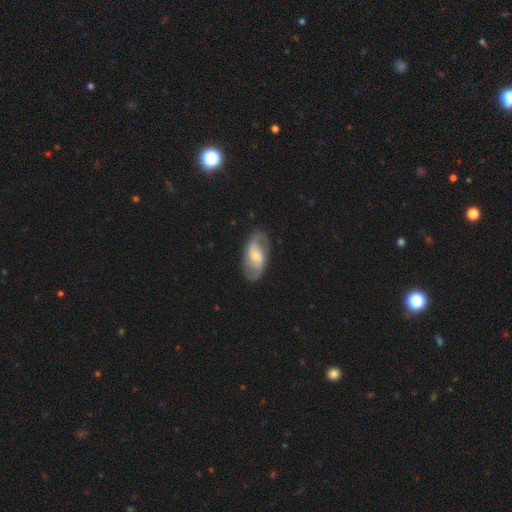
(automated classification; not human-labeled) A featured or disk galaxy (66%) with a weak bar (47%), 2 (87%) loose (43%) spiral arms (89%) and a small central bulge (44%).

Vote fractions:
- Smooth or featured? featured or disk: 66% / smooth: 29% / star or artifact: 6%
- Edge-on disk? no: 95% / yes: 5%
- Bar? weak: 47% / no: 38% / strong: 15%
- Spiral arms? yes: 89% / no: 11%
- Spiral winding? loose: 43% / medium: 40% / tight: 17%
- Spiral arm count? 2: 87% / can't tell: 7% / 1: 3% / 3: 1% / 4: 1% / more than 4: 1%
- Bulge size? small: 44% / moderate: 40% / large: 8% / none: 7% / dominant: 2%
- Merging? none: 80% / minor disturbance: 14% / major disturbance: 5% / merger: 1%